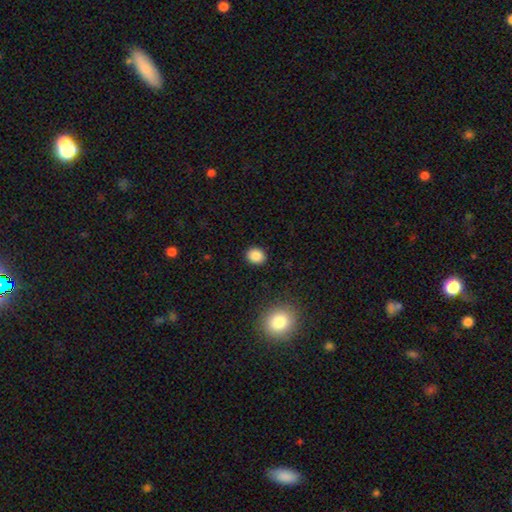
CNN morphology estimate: This is clearly a smooth galaxy (87%). How rounded: likely round (66%). Merging: clearly none (90%).